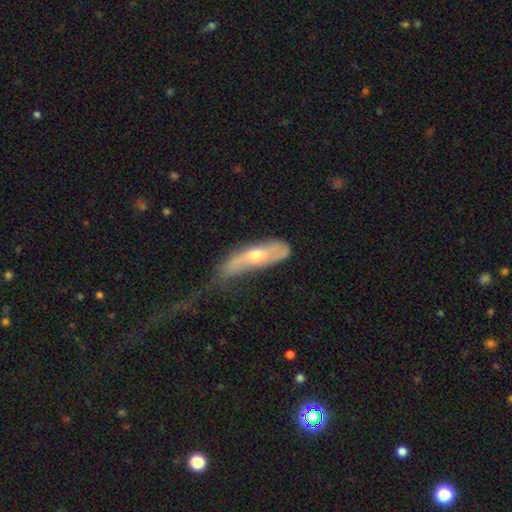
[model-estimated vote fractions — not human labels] A featured or disk galaxy (53%).

Vote fractions:
- Smooth or featured? featured or disk: 53% / smooth: 37% / star or artifact: 10%
- Edge-on disk? no: 62% / yes: 38%
- Merging? major disturbance: 55% / minor disturbance: 20% / none: 19% / merger: 6%